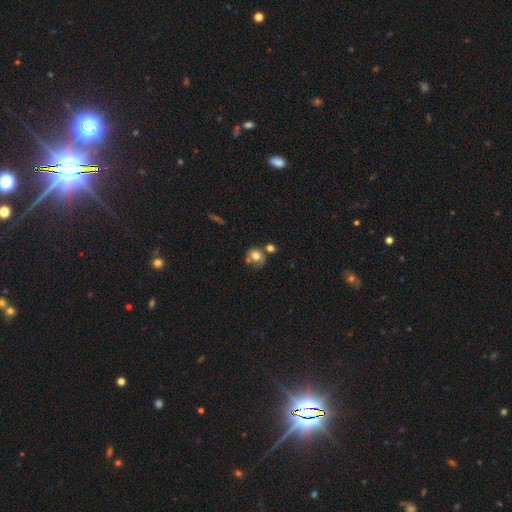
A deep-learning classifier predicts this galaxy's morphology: type=smooth (71%); roundness=round (70%); merging=none (48%).